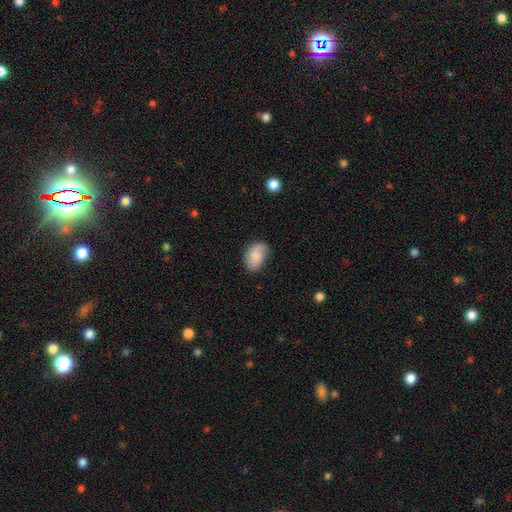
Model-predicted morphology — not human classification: Smooth or featured: smooth — 76% (featured or disk — 17%)
How rounded: in between — 85% (round — 13%)
Merging: none — 66% (minor disturbance — 26%)